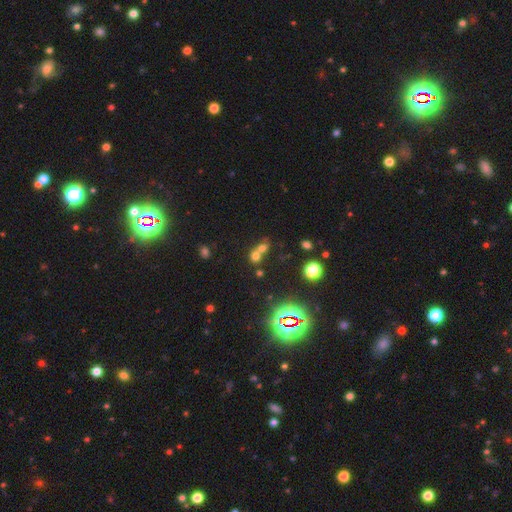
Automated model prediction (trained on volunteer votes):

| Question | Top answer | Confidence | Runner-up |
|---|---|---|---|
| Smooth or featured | smooth | 55% | star or artifact (29%) |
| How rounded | round | 74% | in between (24%) |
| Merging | merger | 62% | none (29%) |